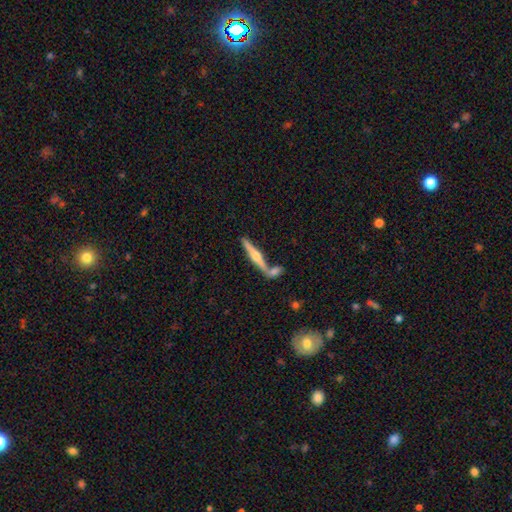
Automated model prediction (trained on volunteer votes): Smooth or featured? Predicted: featured or disk (p=0.72). Edge-on disk? Predicted: yes (p=0.97). Edge-on bulge? Predicted: rounded (p=0.88). Merging? Predicted: none (p=0.69).